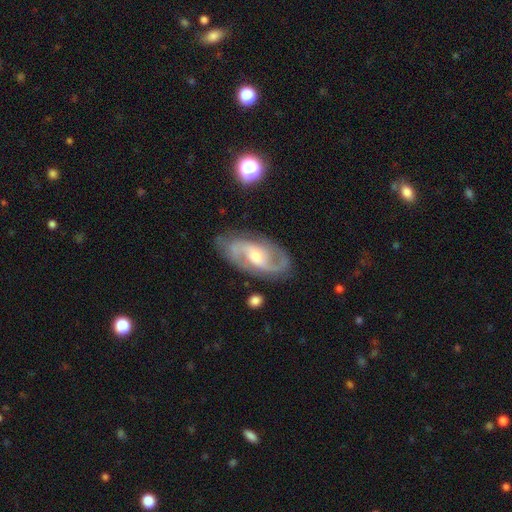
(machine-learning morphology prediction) This appears to be a featured or disk galaxy (87%) with a weak bar (46%), 2 (88%) medium (56%) spiral arms (97%) and a moderate central bulge (56%). Merging: none (79%).